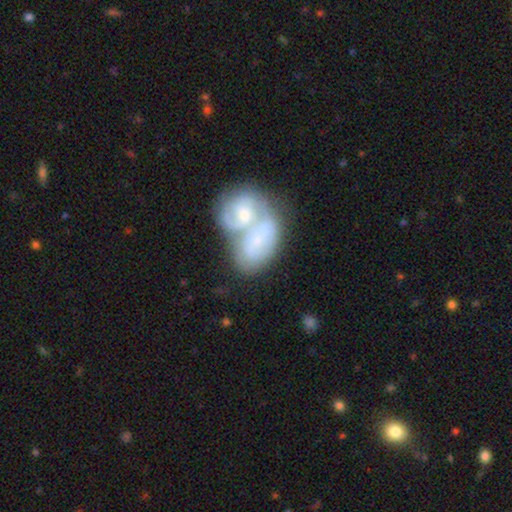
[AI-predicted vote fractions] Smooth or featured: featured or disk — 61% (smooth — 32%)
Edge-on disk: no — 97% (yes — 3%)
Bar: no — 67% (weak — 27%)
Spiral arms: yes — 75% (no — 25%)
Bulge size: small — 56% (moderate — 28%)
Merging: merger — 72% (none — 15%)